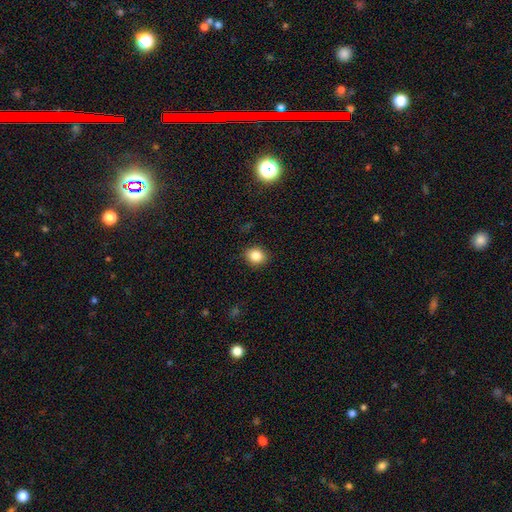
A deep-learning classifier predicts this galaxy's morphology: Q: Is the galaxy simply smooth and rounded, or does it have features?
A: smooth — 86%.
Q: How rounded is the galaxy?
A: round — 61%.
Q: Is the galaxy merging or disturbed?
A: none — 89%.